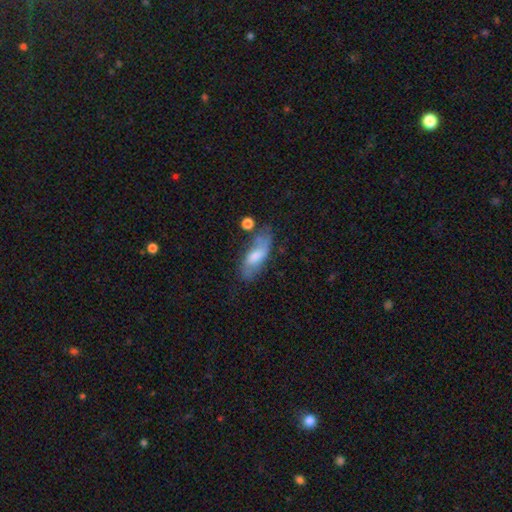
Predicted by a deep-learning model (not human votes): Smooth or featured? Predicted: smooth (p=0.52). How rounded? Predicted: in between (p=0.71). Merging? Predicted: none (p=0.55).